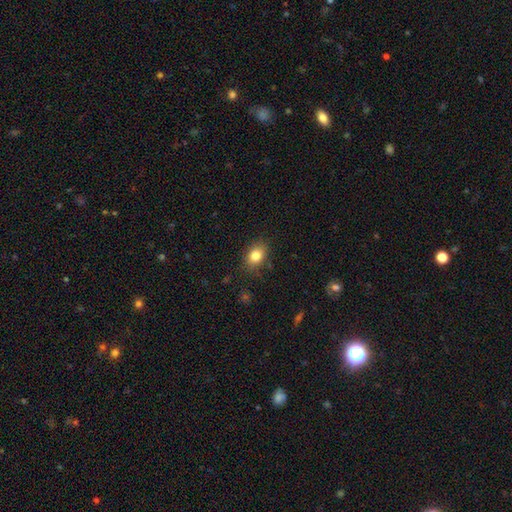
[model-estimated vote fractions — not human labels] Overall: smooth (83%). How rounded: in between (71%). Merging: none (83%).